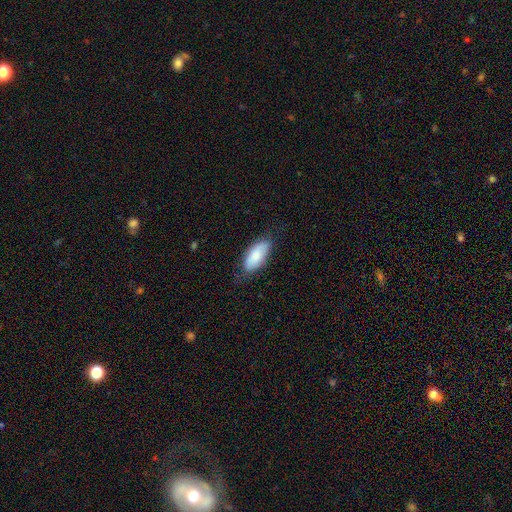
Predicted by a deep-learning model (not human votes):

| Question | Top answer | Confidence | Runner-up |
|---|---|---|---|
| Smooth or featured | smooth | 82% | featured or disk (12%) |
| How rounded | in between | 88% | cigar-shaped (10%) |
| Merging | none | 71% | minor disturbance (23%) |